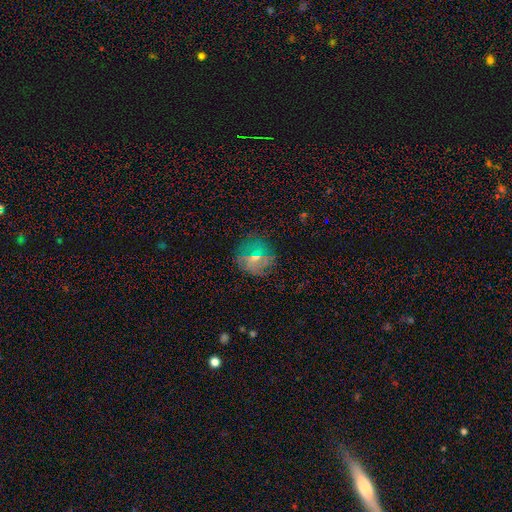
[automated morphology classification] A smooth galaxy with no disk features (49%). Merging: none (78%).